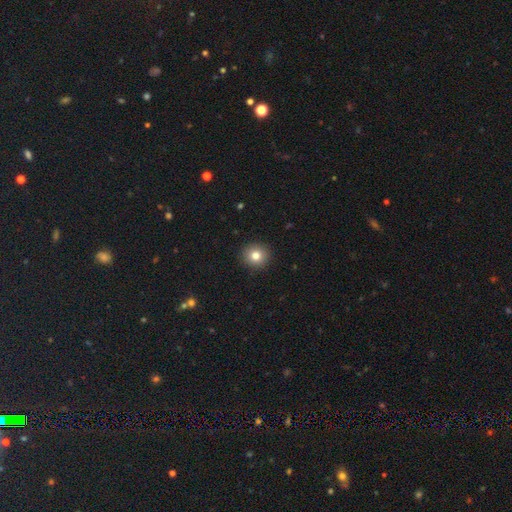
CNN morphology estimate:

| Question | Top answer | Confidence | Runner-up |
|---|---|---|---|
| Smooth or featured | smooth | 80% | star or artifact (11%) |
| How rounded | round | 91% | in between (8%) |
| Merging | none | 92% | minor disturbance (5%) |